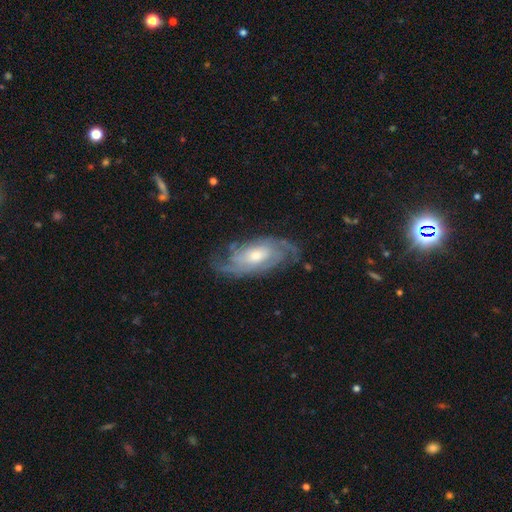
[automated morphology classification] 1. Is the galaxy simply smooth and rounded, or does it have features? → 86% featured or disk, 9% smooth, 5% star or artifact.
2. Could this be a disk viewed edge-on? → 93% no, 7% yes.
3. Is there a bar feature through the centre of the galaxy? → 62% no, 31% weak, 7% strong.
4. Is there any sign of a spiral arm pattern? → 96% yes, 4% no.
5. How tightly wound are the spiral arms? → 53% tight, 36% medium, 11% loose.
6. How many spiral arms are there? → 32% 2, 26% can't tell, 22% 3, 9% 4, 5% 1, 5% more than 4.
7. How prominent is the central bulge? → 63% moderate, 26% small, 8% large, 2% none, 1% dominant.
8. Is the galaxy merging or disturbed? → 73% none, 18% minor disturbance, 7% major disturbance, 1% merger.